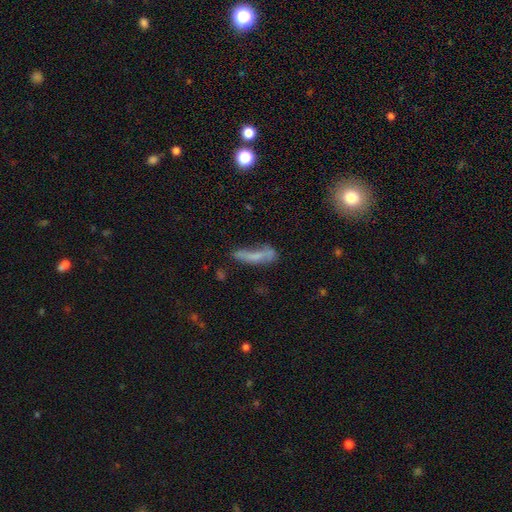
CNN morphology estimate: smooth 57%, featured or disk 30%, star or artifact 13%. Down the decision tree: how rounded — cigar-shaped (75%); merging — none (41%).